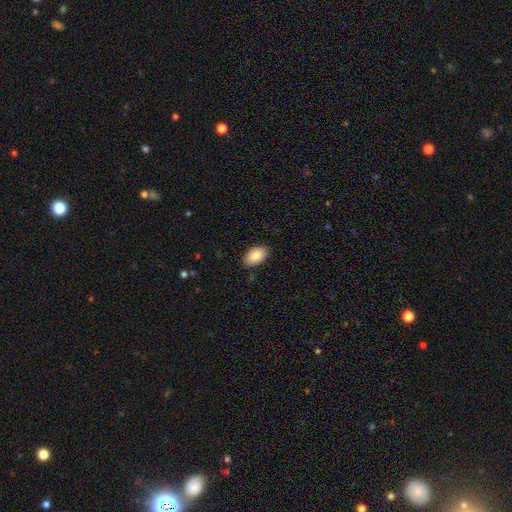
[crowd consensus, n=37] A smooth galaxy with no disk features (97%) that is in between round and cigar-shaped (94%).

Vote fractions:
- Smooth or featured? smooth: 97% / featured or disk: 3% / star or artifact: 0%
- How rounded? in between: 94% / round: 6% / cigar-shaped: 0%
- Merging? none: 92% / minor disturbance: 5% / major disturbance: 3% / merger: 0%